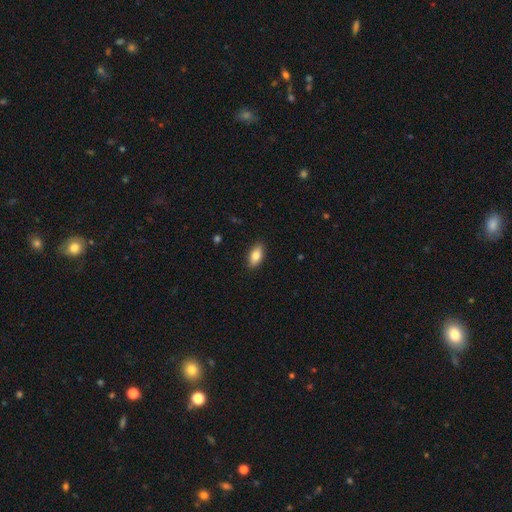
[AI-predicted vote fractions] smooth 81%, featured or disk 12%, star or artifact 7%. Down the decision tree: how rounded — in between (87%); merging — none (88%).